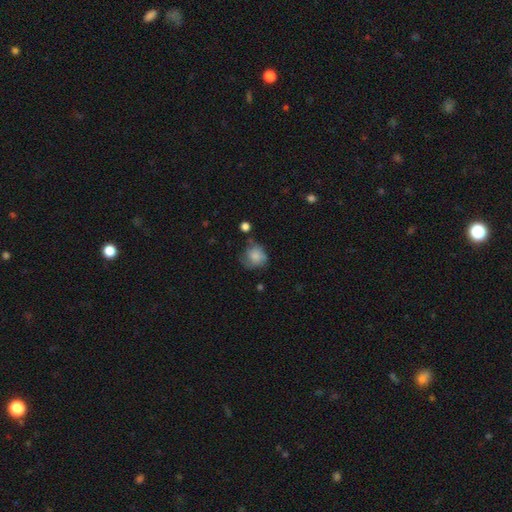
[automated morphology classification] The model was most divided on "merging": none: 51%, minor disturbance: 30%, major disturbance: 14%, merger: 5%. More confident: how rounded — round (77%); smooth or featured — smooth (73%).